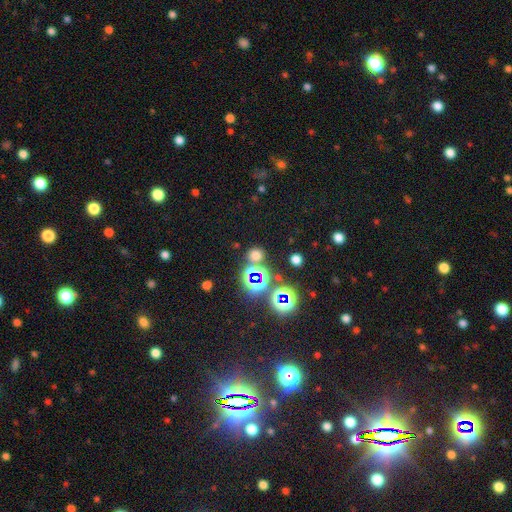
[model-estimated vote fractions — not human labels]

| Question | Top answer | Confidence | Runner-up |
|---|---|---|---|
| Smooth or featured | smooth | 53% | star or artifact (40%) |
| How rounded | round | 81% | in between (17%) |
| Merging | none | 76% | merger (11%) |